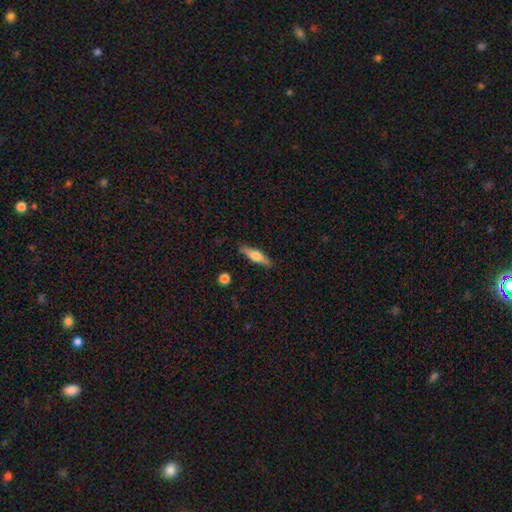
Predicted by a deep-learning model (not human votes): The model was most divided on "smooth or featured": smooth: 52%, featured or disk: 41%, star or artifact: 6%. More confident: merging — none (87%); how rounded — cigar-shaped (72%).